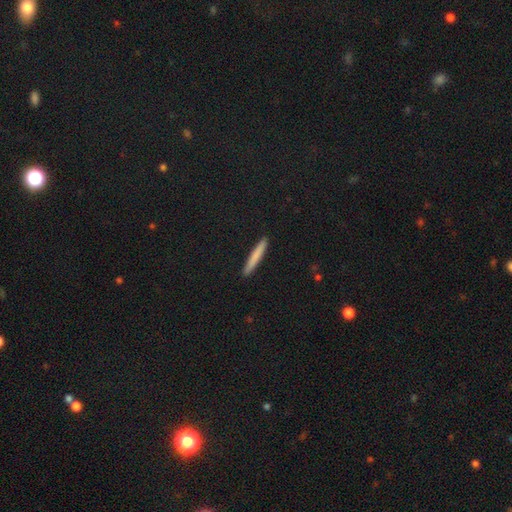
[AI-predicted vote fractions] This appears to be a smooth galaxy with no disk features (77%) that is cigar-shaped (96%). Merging: none (92%).